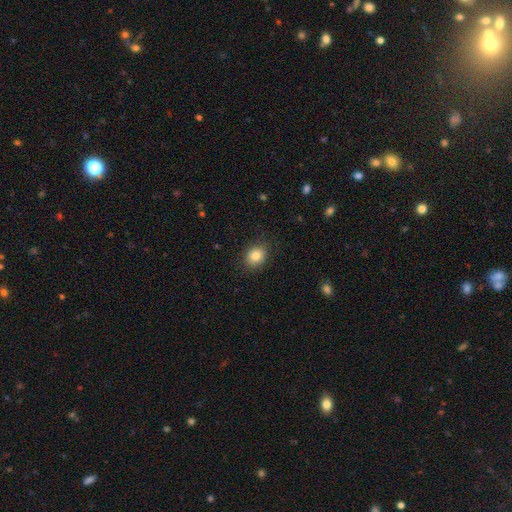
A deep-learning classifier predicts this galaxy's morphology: Smooth or featured? Predicted: smooth (p=0.83). How rounded? Predicted: in between (p=0.50). Merging? Predicted: none (p=0.86).